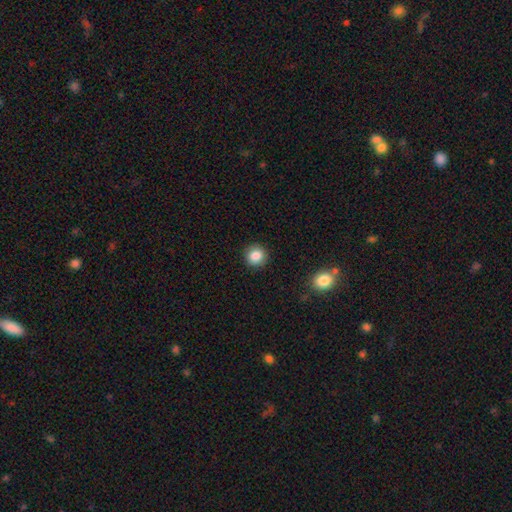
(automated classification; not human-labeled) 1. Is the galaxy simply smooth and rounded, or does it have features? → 85% smooth, 10% star or artifact, 5% featured or disk.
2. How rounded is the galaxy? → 91% round, 8% in between, 1% cigar-shaped.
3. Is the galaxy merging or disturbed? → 91% none, 6% minor disturbance, 2% major disturbance, 1% merger.